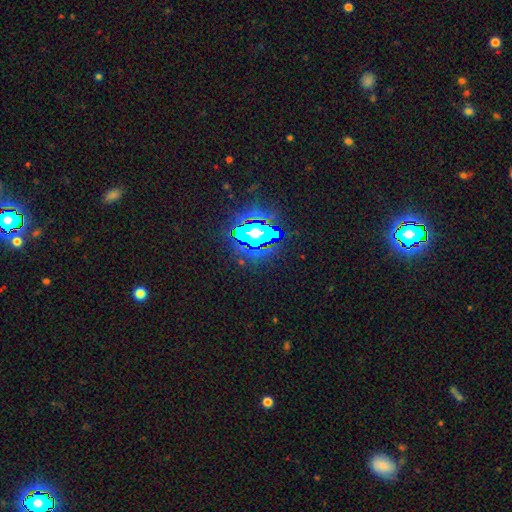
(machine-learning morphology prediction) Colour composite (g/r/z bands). It shows a star or artifact, not a galaxy (84%).